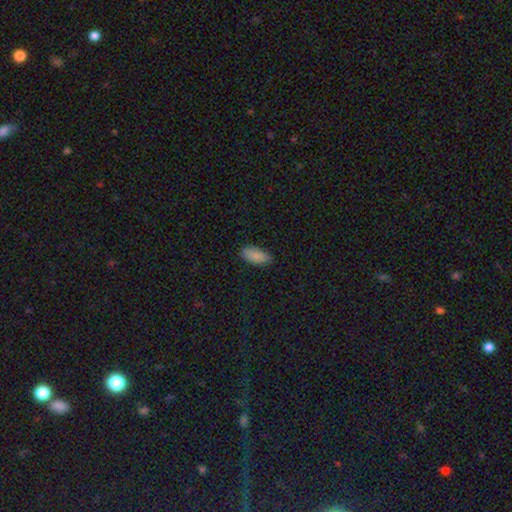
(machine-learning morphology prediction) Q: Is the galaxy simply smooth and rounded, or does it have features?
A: smooth — 88%.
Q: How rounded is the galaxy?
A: in between — 88%.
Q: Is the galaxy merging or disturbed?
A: none — 84%.